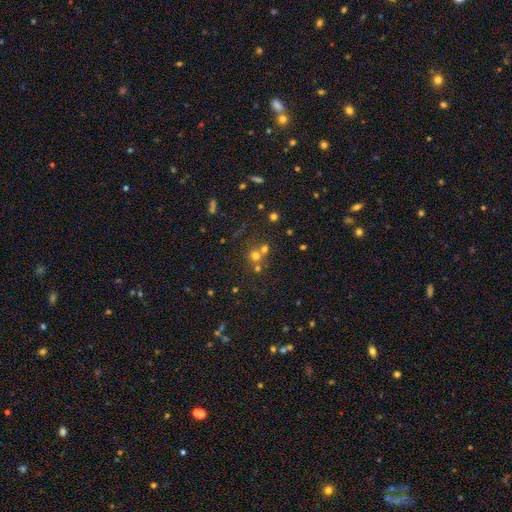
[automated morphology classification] type=smooth (60%); roundness=round (84%); merging=none (48%).